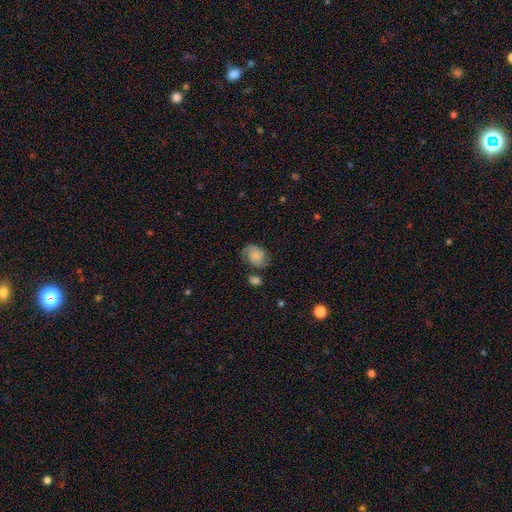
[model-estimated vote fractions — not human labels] A smooth galaxy with no disk features (51%) that is in between round and cigar-shaped (67%).

Vote fractions:
- Smooth or featured? smooth: 51% / featured or disk: 39% / star or artifact: 10%
- How rounded? in between: 67% / round: 32% / cigar-shaped: 1%
- Merging? none: 62% / minor disturbance: 23% / major disturbance: 9% / merger: 7%